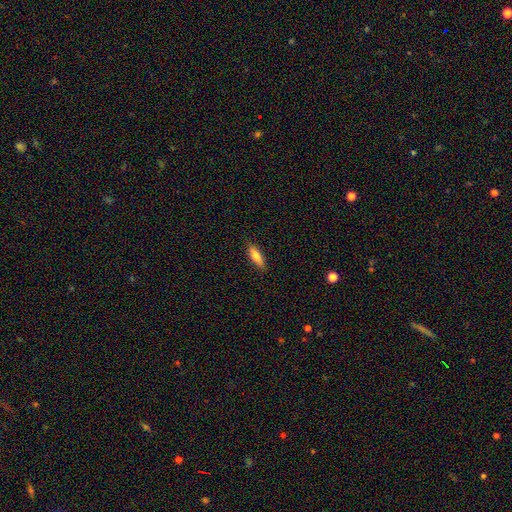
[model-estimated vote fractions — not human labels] Smooth or featured?
  - smooth: 75% *
  - featured or disk: 19%
  - star or artifact: 7%
How rounded?
  - cigar-shaped: 53% *
  - in between: 45%
  - round: 2%
Merging?
  - none: 86% *
  - minor disturbance: 11%
  - major disturbance: 2%
  - merger: 1%